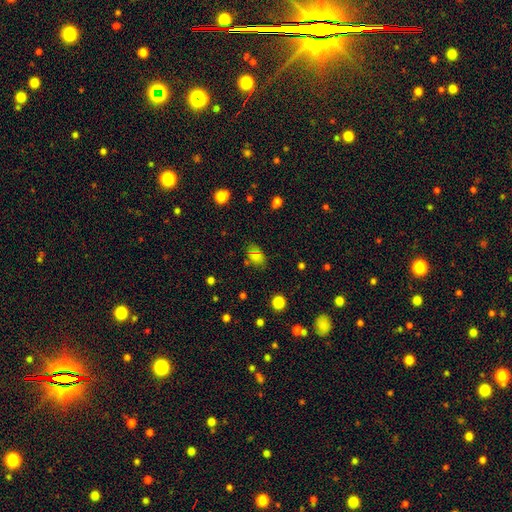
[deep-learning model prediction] This appears to be a smooth galaxy with no disk features (78%) that is in between round and cigar-shaped (81%). Merging: none (71%).